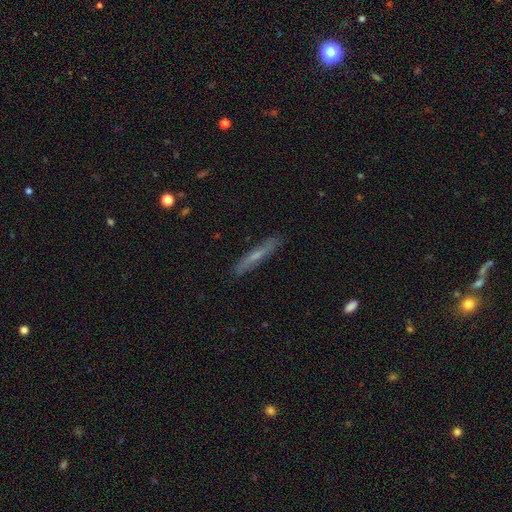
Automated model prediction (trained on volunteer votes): smooth_or_featured: featured or disk (p=0.48) [alt: smooth p=0.44]
merging: none (p=0.85) [alt: minor disturbance p=0.11]